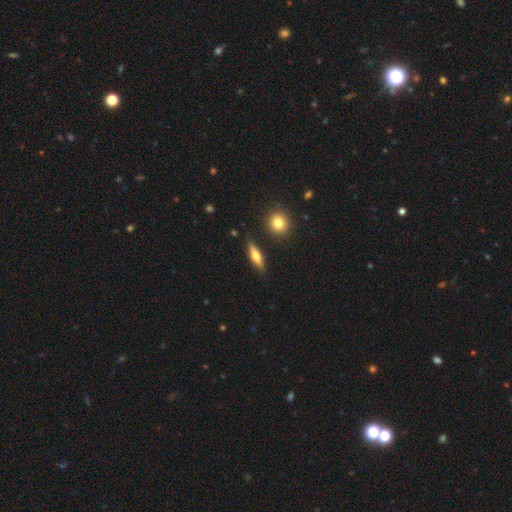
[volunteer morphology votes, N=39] smooth 54%, featured or disk 41%, star or artifact 5%. Down the decision tree: how rounded — cigar-shaped (76%); merging — none (89%).